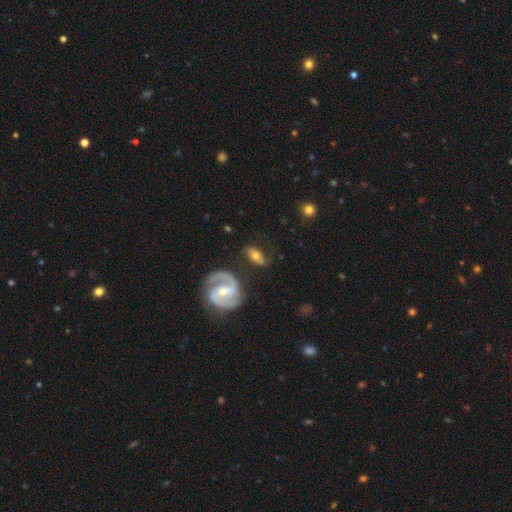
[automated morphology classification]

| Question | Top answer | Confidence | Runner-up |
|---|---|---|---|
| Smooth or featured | featured or disk | 59% | smooth (33%) |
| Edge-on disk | no | 88% | yes (12%) |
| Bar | no | 38% | weak (34%) |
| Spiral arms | yes | 82% | no (18%) |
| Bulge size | moderate | 58% | small (31%) |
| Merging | none | 68% | minor disturbance (18%) |